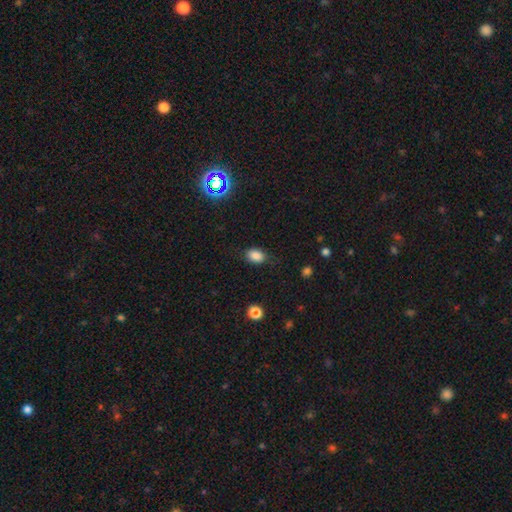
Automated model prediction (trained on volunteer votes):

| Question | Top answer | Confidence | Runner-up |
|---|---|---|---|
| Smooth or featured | smooth | 84% | star or artifact (11%) |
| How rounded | in between | 80% | round (18%) |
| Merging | none | 78% | minor disturbance (16%) |